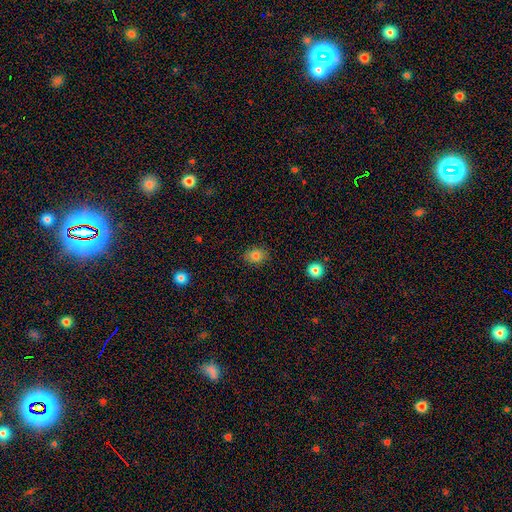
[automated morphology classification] Smooth or featured? Predicted: smooth (p=0.81). How rounded? Predicted: in between (p=0.55). Merging? Predicted: none (p=0.87).